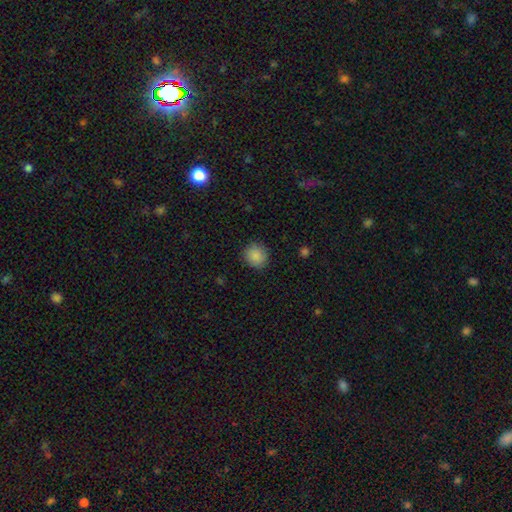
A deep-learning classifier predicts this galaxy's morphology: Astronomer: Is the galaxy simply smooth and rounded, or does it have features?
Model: smooth — 87%.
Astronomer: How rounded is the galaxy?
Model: round — 89%.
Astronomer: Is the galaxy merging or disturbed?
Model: none — 87%.